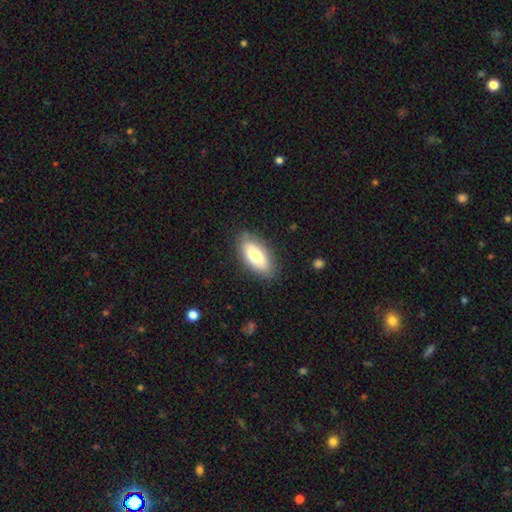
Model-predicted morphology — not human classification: smooth_or_featured: smooth (p=0.74) [alt: featured or disk p=0.19]
how_rounded: in between (p=0.88) [alt: cigar-shaped p=0.10]
merging: none (p=0.84) [alt: minor disturbance p=0.12]